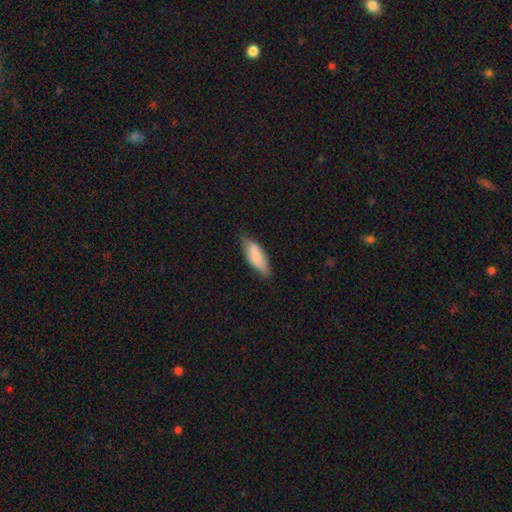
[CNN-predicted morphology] This appears to be a smooth galaxy with no disk features (83%) that is in between round and cigar-shaped (67%). Merging: none (68%).